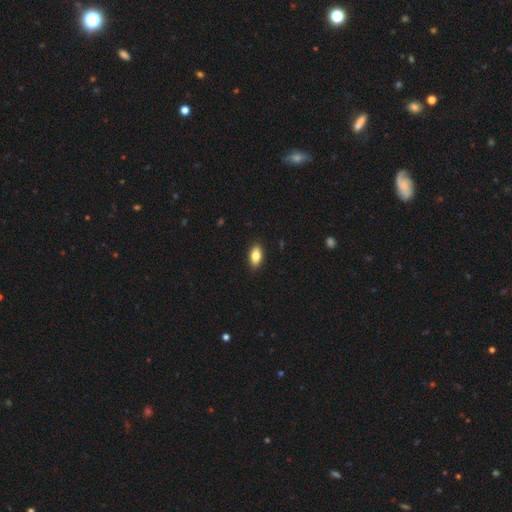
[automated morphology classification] A smooth galaxy with no disk features (80%) that is in between round and cigar-shaped (90%).

Vote fractions:
- Smooth or featured? smooth: 80% / featured or disk: 13% / star or artifact: 7%
- How rounded? in between: 90% / cigar-shaped: 6% / round: 5%
- Merging? none: 90% / minor disturbance: 8% / major disturbance: 2% / merger: 1%